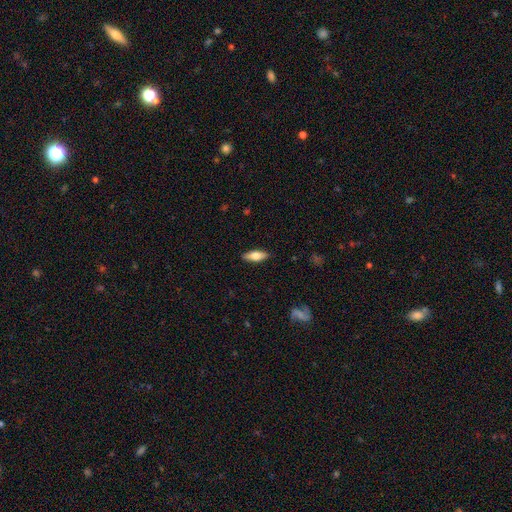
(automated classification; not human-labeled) smooth_or_featured: smooth (p=0.68) [alt: featured or disk p=0.26]
how_rounded: in between (p=0.68) [alt: cigar-shaped p=0.30]
merging: none (p=0.88) [alt: minor disturbance p=0.09]